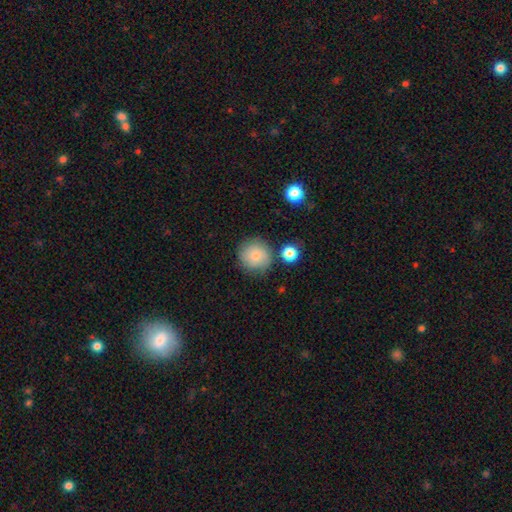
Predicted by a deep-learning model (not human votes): This is likely a smooth galaxy (77%). How rounded: clearly round (93%). Merging: likely none (75%).